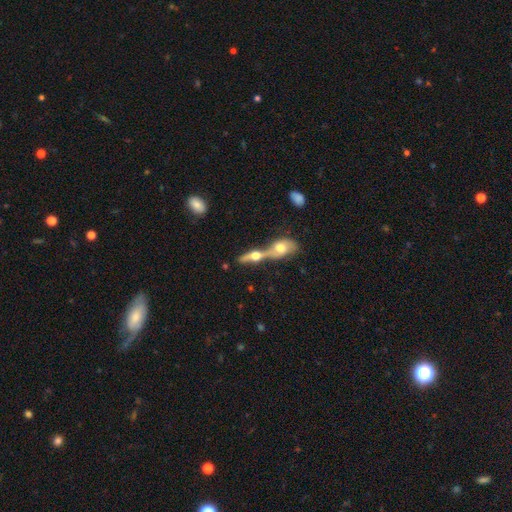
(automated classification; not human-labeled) Smooth or featured: featured or disk — 54% (smooth — 37%)
Edge-on disk: yes — 76% (no — 24%)
Merging: merger — 67% (none — 22%)